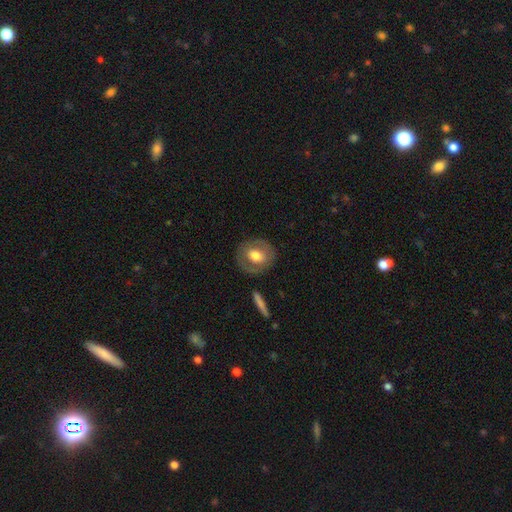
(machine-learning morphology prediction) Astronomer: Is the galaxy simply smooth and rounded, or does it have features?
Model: smooth — 54% (runner-up: featured or disk, 40%).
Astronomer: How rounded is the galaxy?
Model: round — 69%.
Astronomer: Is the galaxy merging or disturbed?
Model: none — 83%.